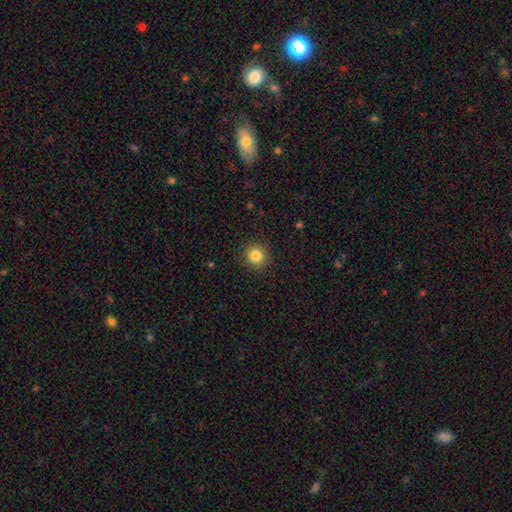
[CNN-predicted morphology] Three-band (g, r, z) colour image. It shows a smooth galaxy with no disk features (84%) that is round (93%). Merging: none (91%).